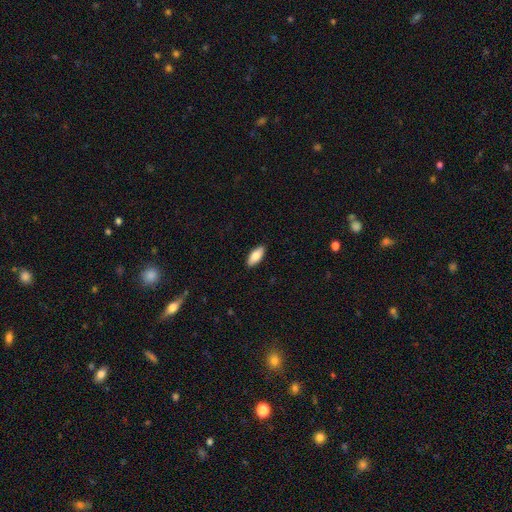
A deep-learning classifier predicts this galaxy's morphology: A smooth galaxy with no disk features (82%) that is in between round and cigar-shaped (84%).

Vote fractions:
- Smooth or featured? smooth: 82% / featured or disk: 12% / star or artifact: 6%
- How rounded? in between: 84% / cigar-shaped: 14% / round: 2%
- Merging? none: 90% / minor disturbance: 8% / major disturbance: 2% / merger: 1%